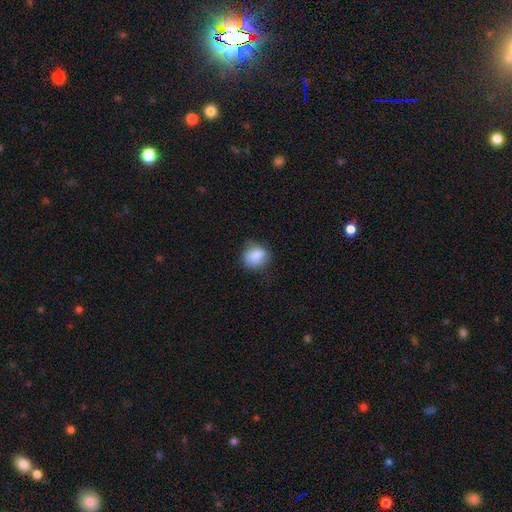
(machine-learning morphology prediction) The model was most divided on "how rounded": round: 70%, in between: 29%, cigar-shaped: 1%. More confident: smooth or featured — smooth (86%); merging — none (69%).